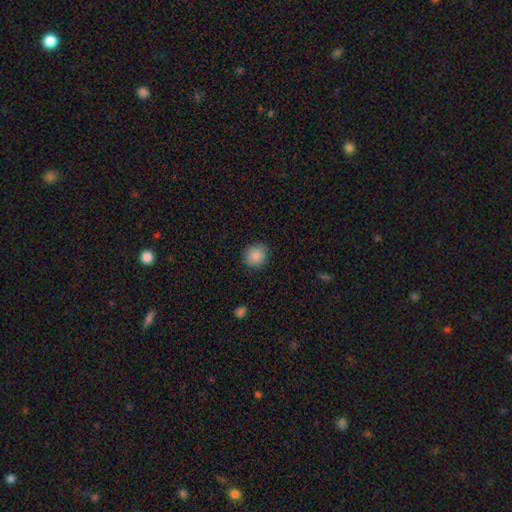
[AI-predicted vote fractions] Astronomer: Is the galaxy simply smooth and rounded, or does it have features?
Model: smooth — 87%.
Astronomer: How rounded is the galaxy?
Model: round — 86%.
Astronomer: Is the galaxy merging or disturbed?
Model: none — 87%.